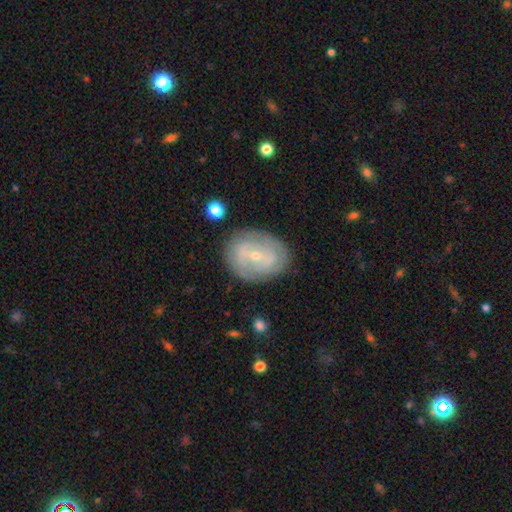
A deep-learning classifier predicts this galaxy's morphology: smooth_or_featured: featured or disk (p=0.69) [alt: smooth p=0.25]
disk_edge_on: no (p=0.96) [alt: yes p=0.04]
bar: no (p=0.47) [alt: weak p=0.38]
has_spiral_arms: yes (p=0.69) [alt: no p=0.31]
bulge_size: small (p=0.70) [alt: moderate p=0.27]
merging: none (p=0.78) [alt: minor disturbance p=0.15]